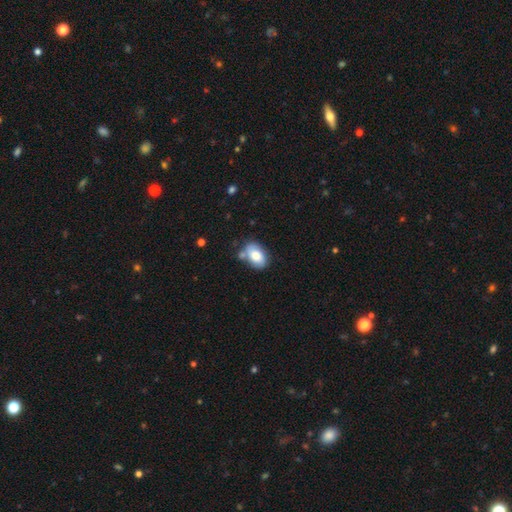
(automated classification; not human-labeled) Smooth or featured: smooth — 75% (featured or disk — 18%)
How rounded: in between — 89% (round — 10%)
Merging: none — 57% (minor disturbance — 22%)